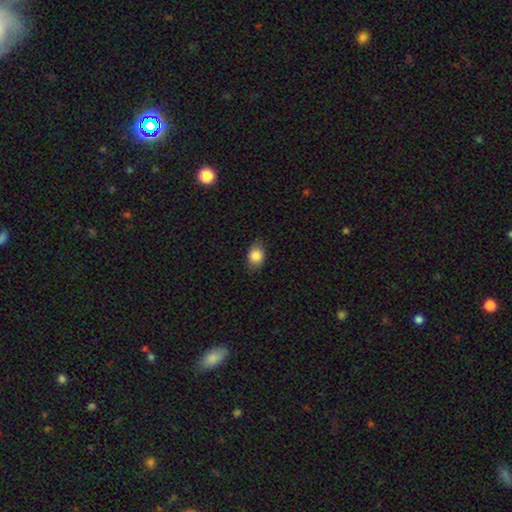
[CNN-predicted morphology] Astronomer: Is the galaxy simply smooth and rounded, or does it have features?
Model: smooth — 85%.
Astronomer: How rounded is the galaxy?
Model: in between — 71%.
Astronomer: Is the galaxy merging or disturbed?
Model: none — 80%.